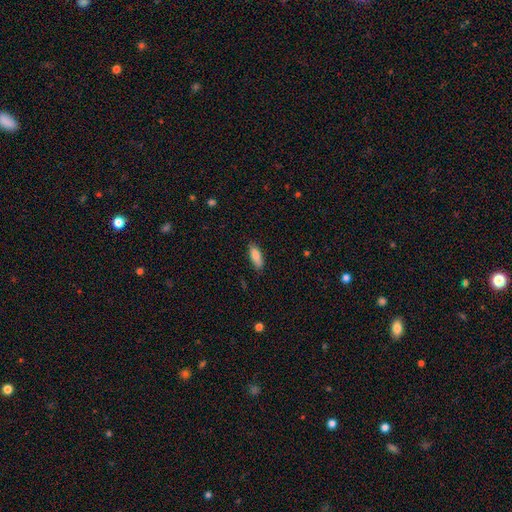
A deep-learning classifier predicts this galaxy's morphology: The model was most divided on "how rounded": in between: 69%, cigar-shaped: 29%, round: 2%. More confident: smooth or featured — smooth (86%); merging — none (81%).